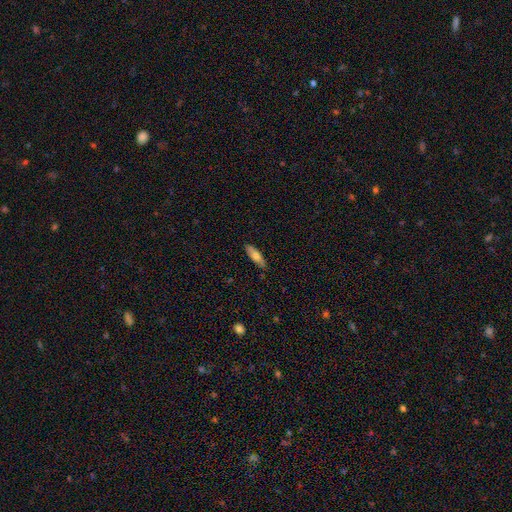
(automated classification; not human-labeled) A smooth galaxy with no disk features (66%) that is in between round and cigar-shaped (50%). Merging: none (84%).